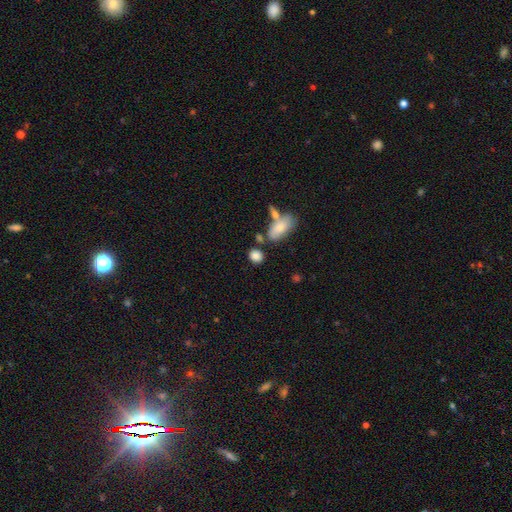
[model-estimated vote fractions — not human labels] Smooth or featured?
  - smooth: 85% *
  - star or artifact: 9%
  - featured or disk: 7%
How rounded?
  - in between: 51% *
  - round: 46%
  - cigar-shaped: 3%
Merging?
  - none: 66% *
  - merger: 15%
  - minor disturbance: 14%
  - major disturbance: 5%